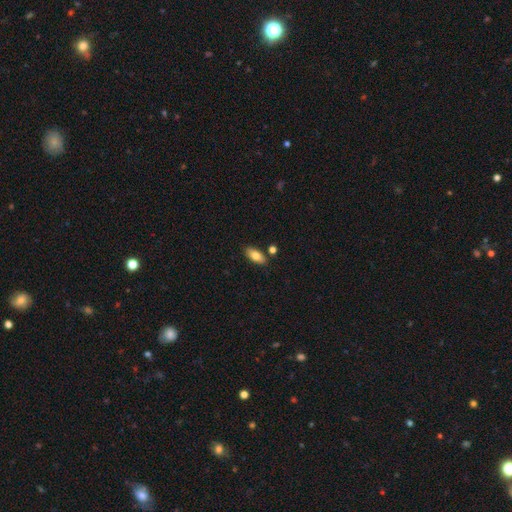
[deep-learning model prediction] The model was most divided on "smooth or featured": smooth: 79%, featured or disk: 14%, star or artifact: 7%. More confident: how rounded — in between (86%); merging — none (83%).